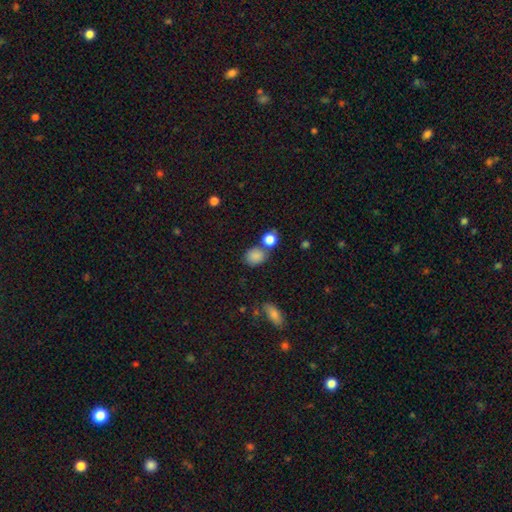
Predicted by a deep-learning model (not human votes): smooth 84%, star or artifact 11%, featured or disk 5%. Down the decision tree: how rounded — round (55%); merging — none (61%).